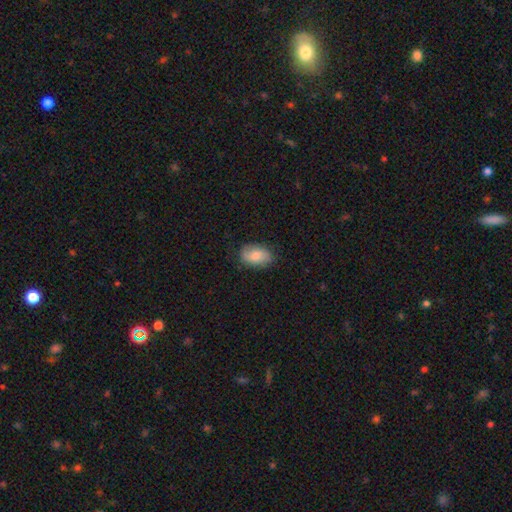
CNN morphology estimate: smooth 77%, featured or disk 17%, star or artifact 7%. Down the decision tree: how rounded — in between (89%); merging — none (79%).